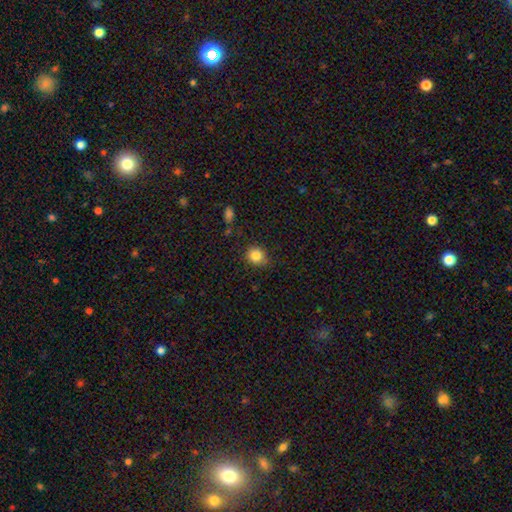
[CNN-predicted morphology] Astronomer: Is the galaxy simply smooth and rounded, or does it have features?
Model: smooth — 84%.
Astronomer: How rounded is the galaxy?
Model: round — 81%.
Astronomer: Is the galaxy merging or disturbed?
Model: none — 81%.